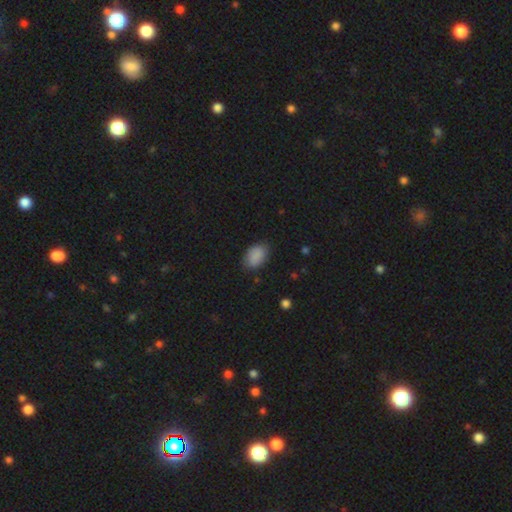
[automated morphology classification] A smooth galaxy with no disk features (87%) that is in between round and cigar-shaped (87%).

Vote fractions:
- Smooth or featured? smooth: 87% / star or artifact: 8% / featured or disk: 5%
- How rounded? in between: 87% / round: 11% / cigar-shaped: 1%
- Merging? none: 80% / minor disturbance: 16% / major disturbance: 3% / merger: 1%